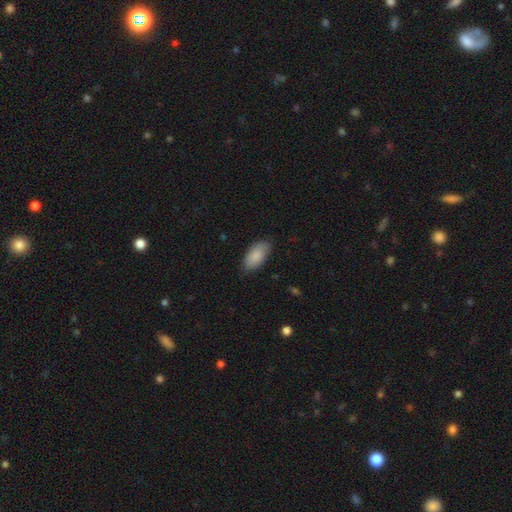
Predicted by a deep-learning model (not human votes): The model was most divided on "merging": none: 79%, minor disturbance: 17%, major disturbance: 3%, merger: 1%. More confident: how rounded — in between (94%); smooth or featured — smooth (86%).